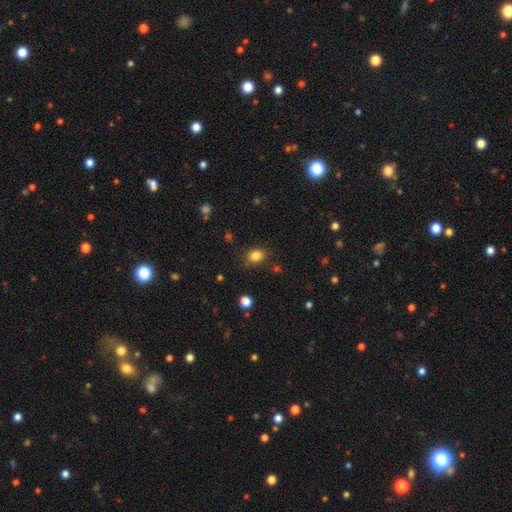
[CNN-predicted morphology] This appears to be a smooth galaxy with no disk features (84%) that is in between round and cigar-shaped (57%). Merging: none (81%).